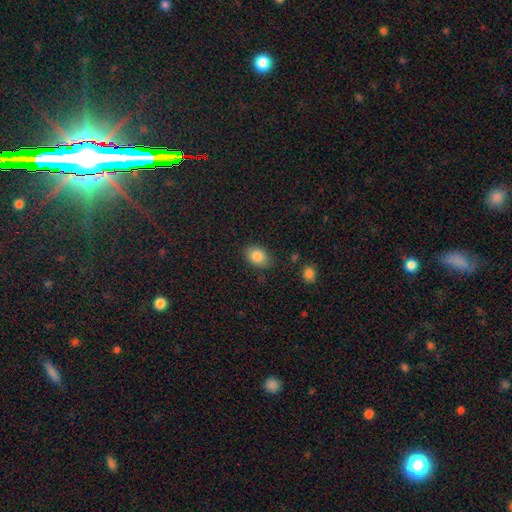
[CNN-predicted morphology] The model was most divided on "how rounded": in between: 72%, round: 27%, cigar-shaped: 1%. More confident: smooth or featured — smooth (85%); merging — none (81%).